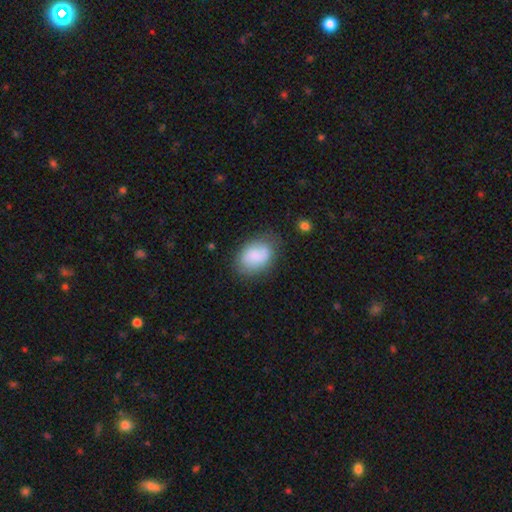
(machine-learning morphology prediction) Smooth or featured: smooth — 78% (featured or disk — 14%)
How rounded: in between — 76% (round — 22%)
Merging: none — 66% (minor disturbance — 23%)